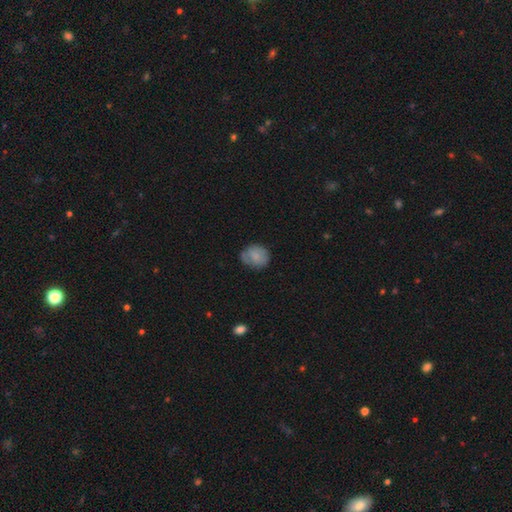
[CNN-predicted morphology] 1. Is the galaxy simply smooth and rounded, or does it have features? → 76% smooth, 16% featured or disk, 8% star or artifact.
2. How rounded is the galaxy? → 72% round, 27% in between, 1% cigar-shaped.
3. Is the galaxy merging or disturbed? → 67% none, 25% minor disturbance, 6% major disturbance, 2% merger.